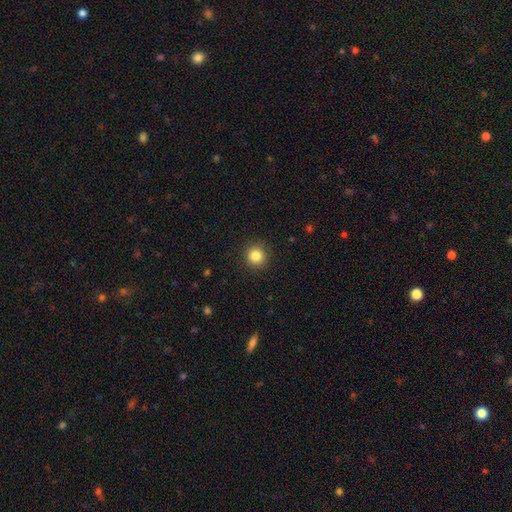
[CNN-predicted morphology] smooth-or-featured: smooth: 84% | star or artifact: 11% | featured or disk: 5%
  how-rounded: round: 93% | in between: 6% | cigar-shaped: 1%
  merging: none: 91% | minor disturbance: 6% | major disturbance: 2% | merger: 1%